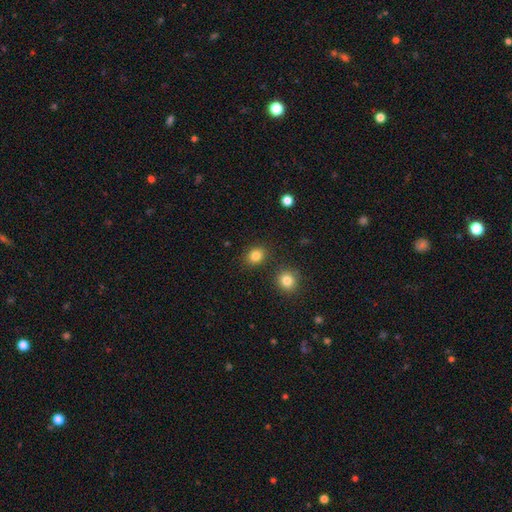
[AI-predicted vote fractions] This appears to be a smooth galaxy with no disk features (83%) that is round (59%). Merging: none (84%).